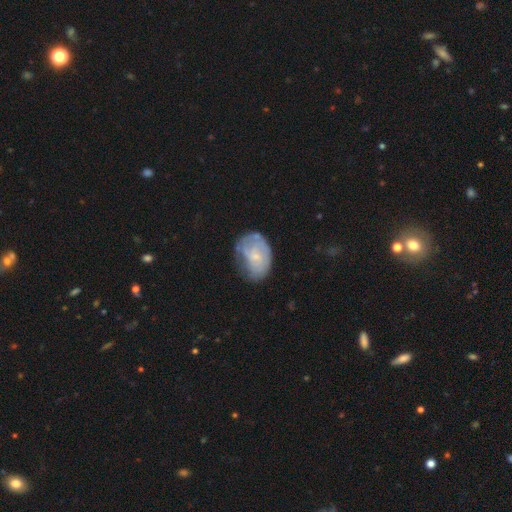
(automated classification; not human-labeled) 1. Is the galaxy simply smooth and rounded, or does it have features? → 55% featured or disk, 37% smooth, 7% star or artifact.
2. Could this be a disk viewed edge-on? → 97% no, 3% yes.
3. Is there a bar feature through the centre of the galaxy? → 74% no, 23% weak, 3% strong.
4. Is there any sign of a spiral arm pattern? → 64% yes, 36% no.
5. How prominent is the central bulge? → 68% small, 20% moderate, 9% none, 1% large, 1% dominant.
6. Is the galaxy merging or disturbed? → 52% none, 31% minor disturbance, 15% major disturbance, 2% merger.